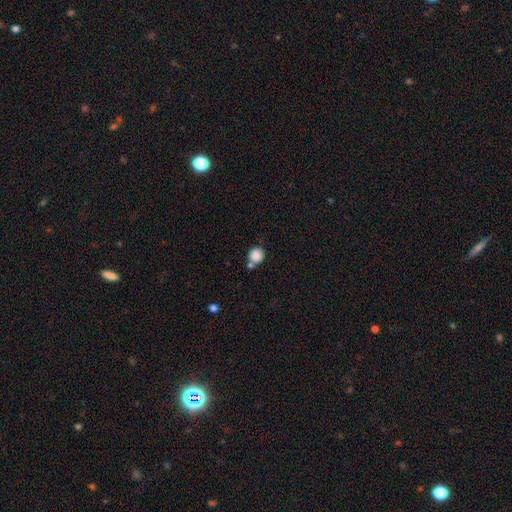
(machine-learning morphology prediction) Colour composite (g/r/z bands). It shows a smooth galaxy with no disk features (86%) that is round (88%). Merging: none (67%).